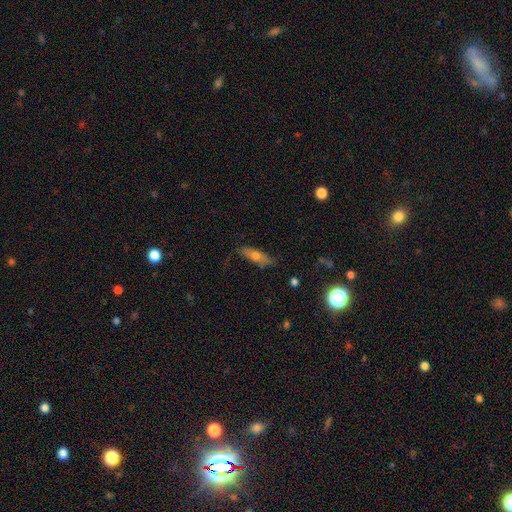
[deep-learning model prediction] This is possibly a smooth galaxy (58%). How rounded: possibly cigar-shaped (53%). Merging: likely none (76%).